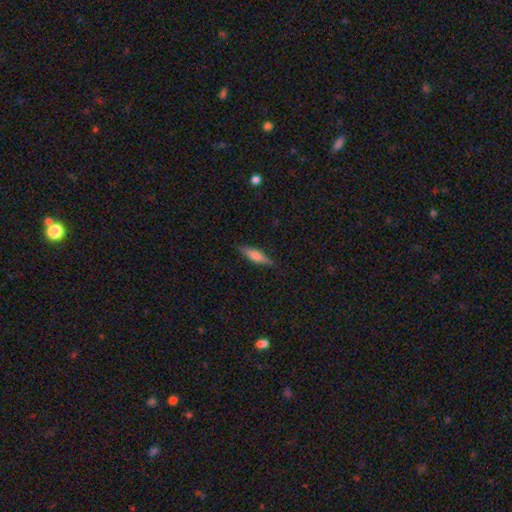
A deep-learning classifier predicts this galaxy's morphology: smooth_or_featured: smooth (p=0.54) [alt: featured or disk p=0.39]
how_rounded: cigar-shaped (p=0.67) [alt: in between p=0.31]
merging: none (p=0.87) [alt: minor disturbance p=0.10]